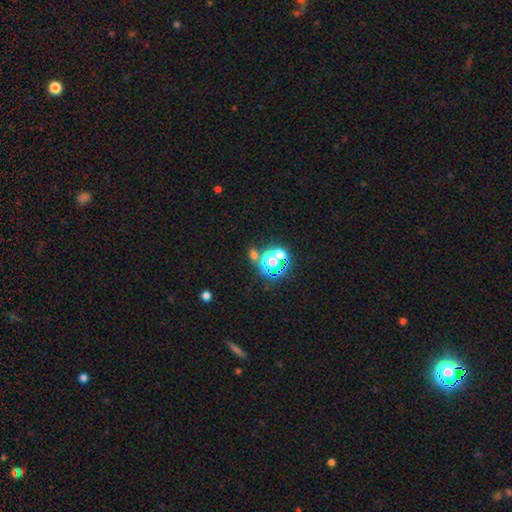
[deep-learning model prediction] Smooth or featured? Predicted: star or artifact (p=0.65).